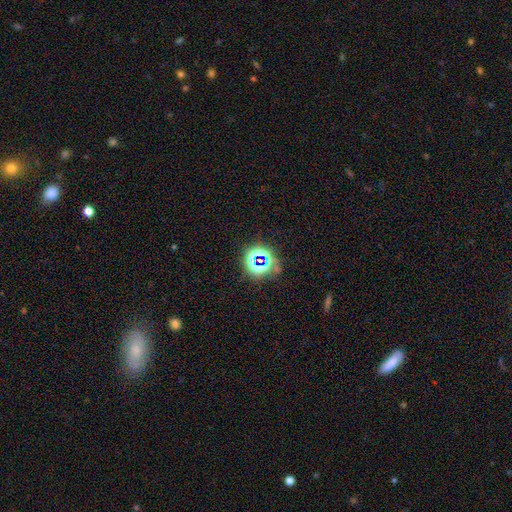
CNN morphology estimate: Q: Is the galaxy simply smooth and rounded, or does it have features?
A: star or artifact — 74%.